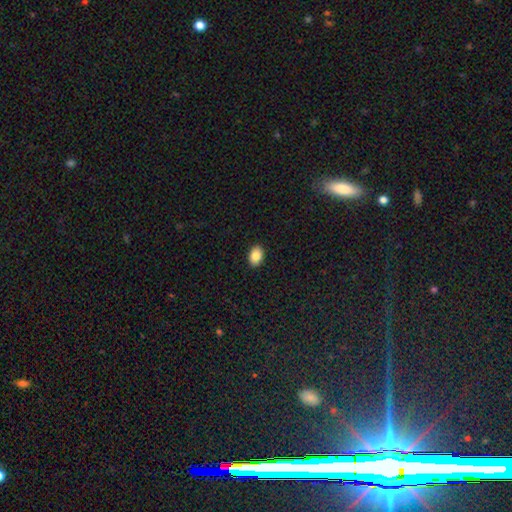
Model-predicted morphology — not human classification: This is clearly a smooth galaxy (86%). How rounded: clearly in between (85%). Merging: clearly none (91%).